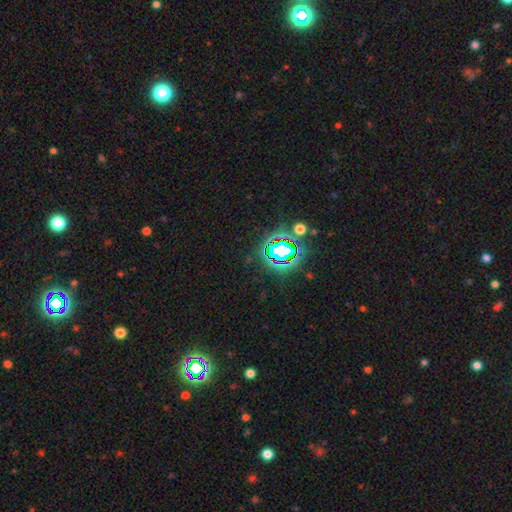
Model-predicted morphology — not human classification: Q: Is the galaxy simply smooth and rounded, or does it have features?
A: star or artifact — 79%.